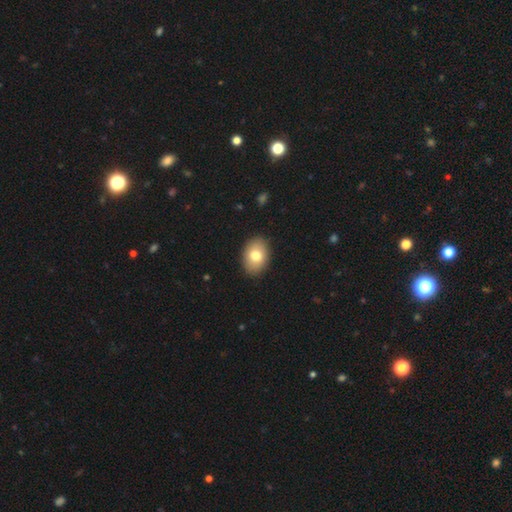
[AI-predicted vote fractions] Q: Smooth or featured?
A: smooth (77%); runner-up: featured or disk (16%)
Q: How rounded?
A: in between (81%); runner-up: round (18%)
Q: Merging?
A: none (89%); runner-up: minor disturbance (8%)